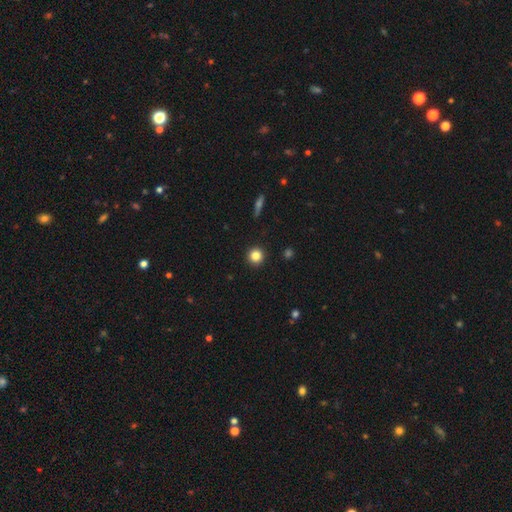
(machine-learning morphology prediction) Overall: smooth (84%). How rounded: round (95%). Merging: none (93%).